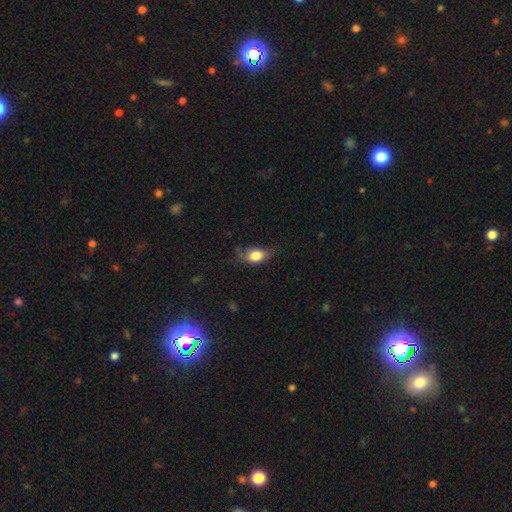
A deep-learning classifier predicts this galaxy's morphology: This appears to be a smooth galaxy with no disk features (81%) that is in between round and cigar-shaped (78%). Merging: none (59%).